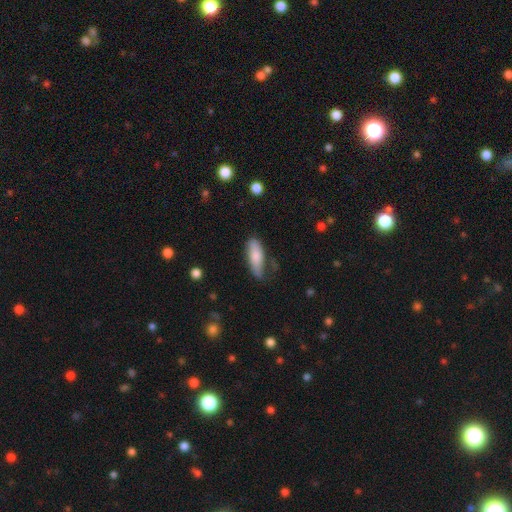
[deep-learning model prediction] Smooth or featured? Predicted: smooth (p=0.80). How rounded? Predicted: in between (p=0.64). Merging? Predicted: none (p=0.57).